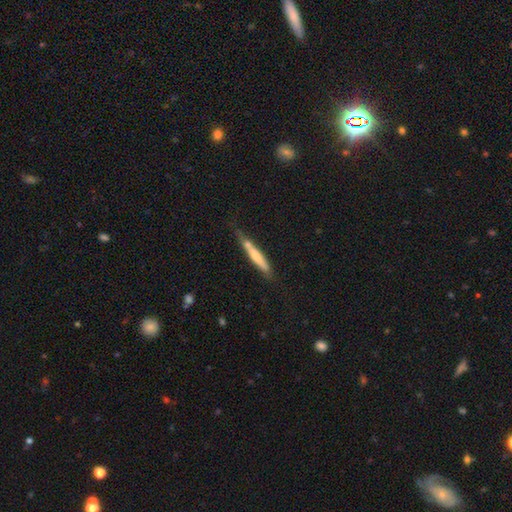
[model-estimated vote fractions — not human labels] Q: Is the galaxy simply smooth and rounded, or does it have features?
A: smooth — 61%.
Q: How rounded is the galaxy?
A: cigar-shaped — 93%.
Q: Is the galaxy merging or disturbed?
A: none — 58%.